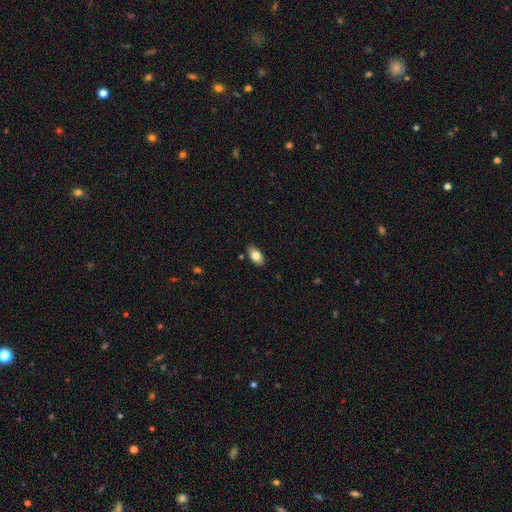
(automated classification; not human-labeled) This is likely a smooth galaxy (79%). How rounded: clearly in between (92%). Merging: clearly none (86%).